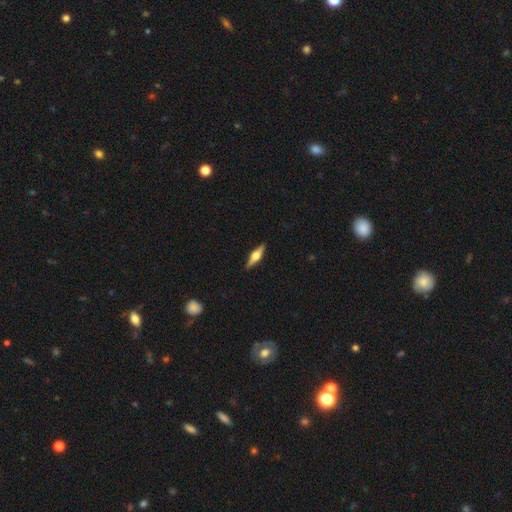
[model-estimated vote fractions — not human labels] smooth-or-featured: featured or disk: 64% | smooth: 31% | star or artifact: 6%
  disk-edge-on: yes: 96% | no: 4%
    edge-on-bulge: rounded: 92% | boxy: 6% | none: 2%
  merging: none: 90% | minor disturbance: 7% | major disturbance: 2% | merger: 1%